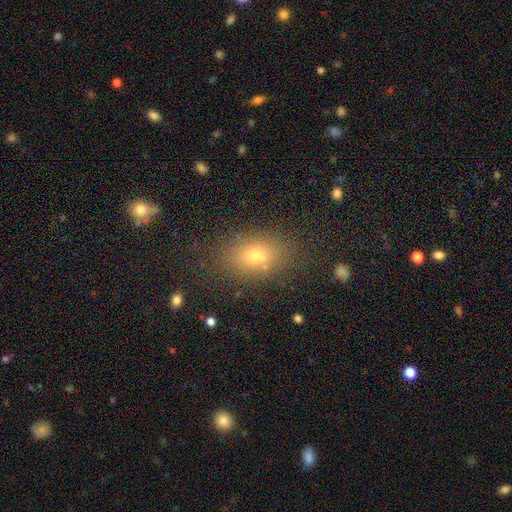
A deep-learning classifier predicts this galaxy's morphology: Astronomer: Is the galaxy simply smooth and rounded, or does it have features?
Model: smooth — 72%.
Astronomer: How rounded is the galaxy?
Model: in between — 82%.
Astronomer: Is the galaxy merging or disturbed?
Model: none — 74%.